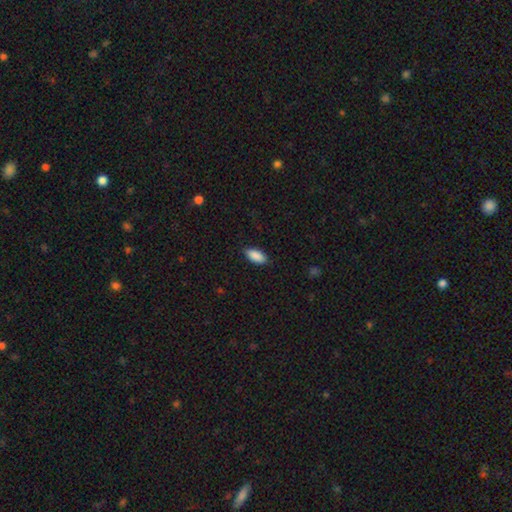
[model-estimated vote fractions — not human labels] Smooth or featured?
  - smooth: 90% *
  - star or artifact: 6%
  - featured or disk: 4%
How rounded?
  - in between: 89% *
  - cigar-shaped: 9%
  - round: 2%
Merging?
  - none: 86% *
  - minor disturbance: 11%
  - major disturbance: 2%
  - merger: 1%